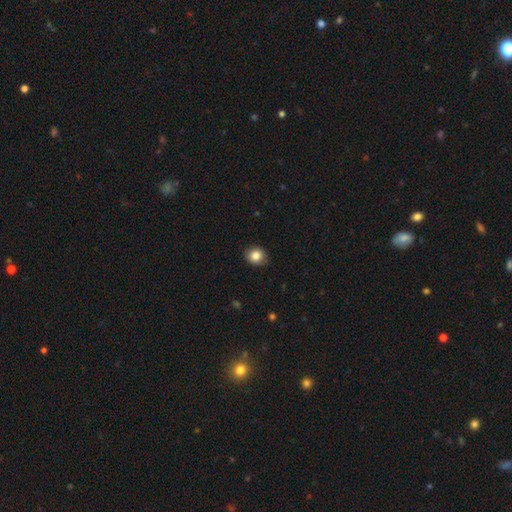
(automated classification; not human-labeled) Smooth or featured: smooth — 85% (star or artifact — 10%)
How rounded: round — 76% (in between — 23%)
Merging: none — 87% (minor disturbance — 10%)